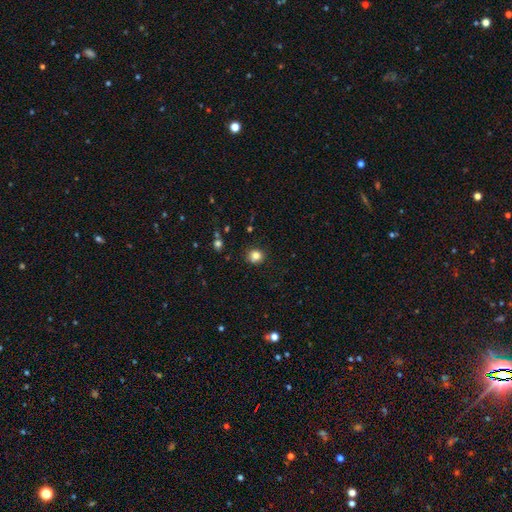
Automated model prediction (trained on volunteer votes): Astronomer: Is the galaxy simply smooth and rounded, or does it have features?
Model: smooth — 82%.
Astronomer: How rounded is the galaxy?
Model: round — 86%.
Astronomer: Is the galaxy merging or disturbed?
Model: none — 86%.